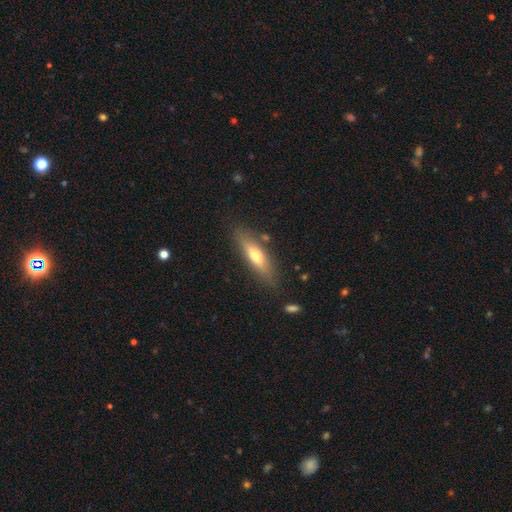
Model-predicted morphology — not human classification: Q: Smooth or featured?
A: smooth (49%); runner-up: featured or disk (44%)
Q: Merging?
A: none (81%); runner-up: minor disturbance (12%)